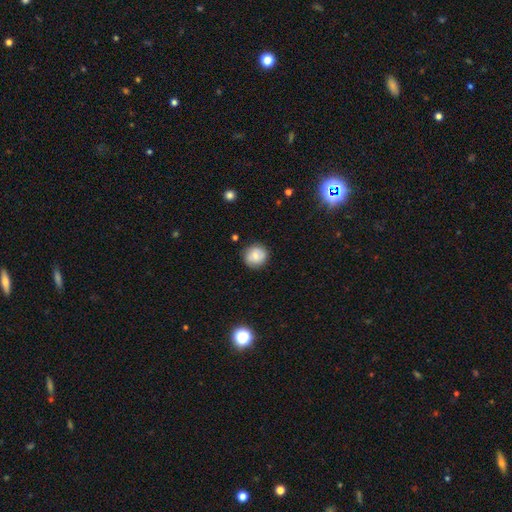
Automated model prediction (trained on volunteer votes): smooth 73%, featured or disk 17%, star or artifact 9%. Down the decision tree: how rounded — round (90%); merging — none (86%).